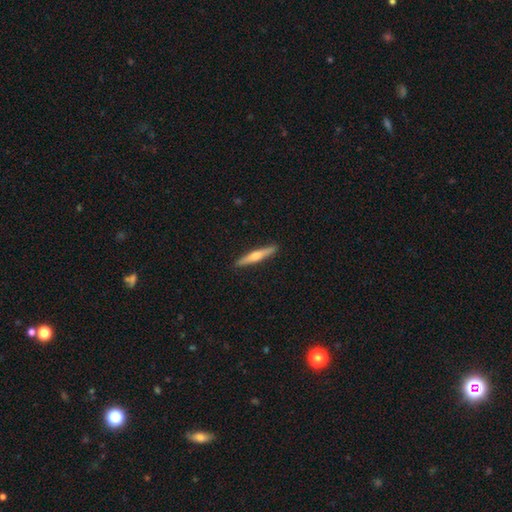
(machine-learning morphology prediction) This appears to be a featured or disk galaxy (53%) viewed edge-on (97%) with a rounded central bulge (84%). Merging: none (92%).